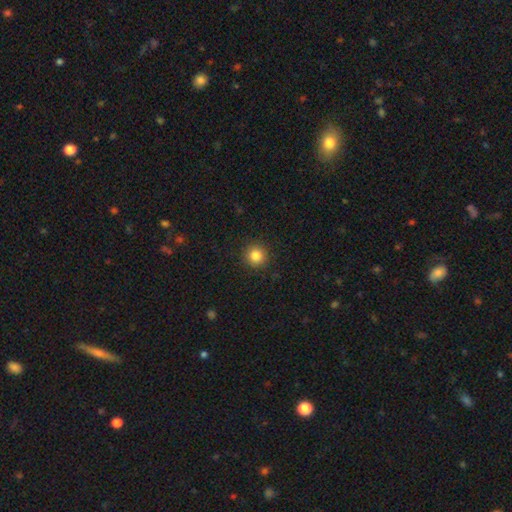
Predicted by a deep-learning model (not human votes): Smooth or featured? Predicted: smooth (p=0.84). How rounded? Predicted: round (p=0.95). Merging? Predicted: none (p=0.91).